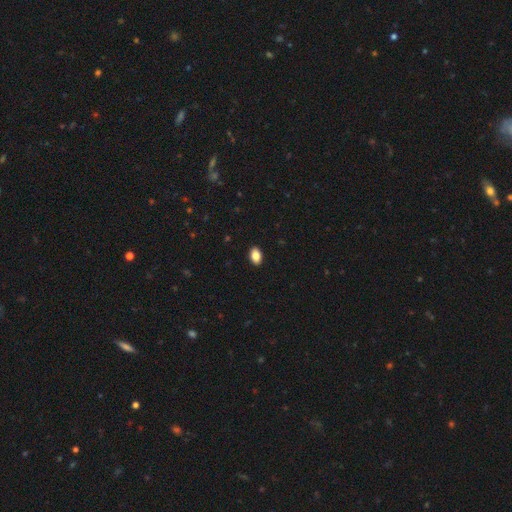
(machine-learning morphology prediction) Smooth or featured? smooth (86%)
How rounded? in between (89%)
Merging? none (91%)